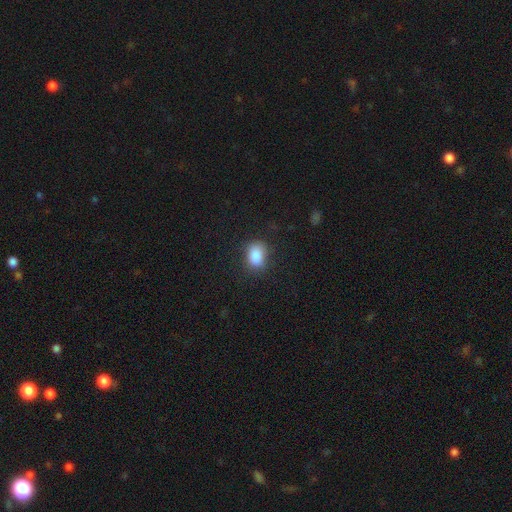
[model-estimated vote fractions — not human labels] Morphology: type=smooth (86%); roundness=in between (68%); merging=none (76%).